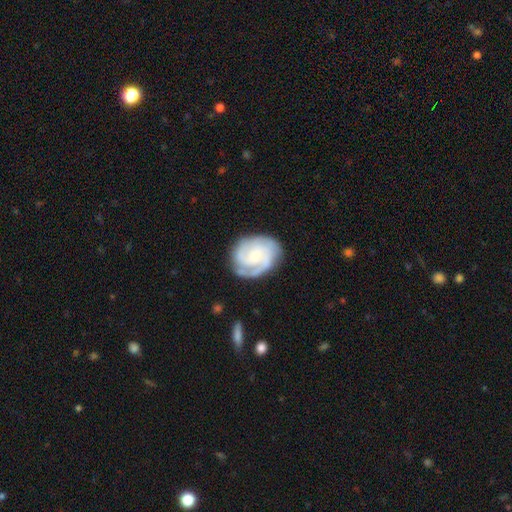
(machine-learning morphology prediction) Smooth or featured: featured or disk — 82% (smooth — 13%)
Edge-on disk: no — 98% (yes — 2%)
Bar: no — 64% (weak — 30%)
Spiral arms: yes — 97% (no — 3%)
Spiral winding: tight — 58% (medium — 35%)
Spiral arm count: 2 — 34% (tied with 3 — 34%)
Bulge size: small — 62% (moderate — 27%)
Merging: none — 74% (minor disturbance — 17%)